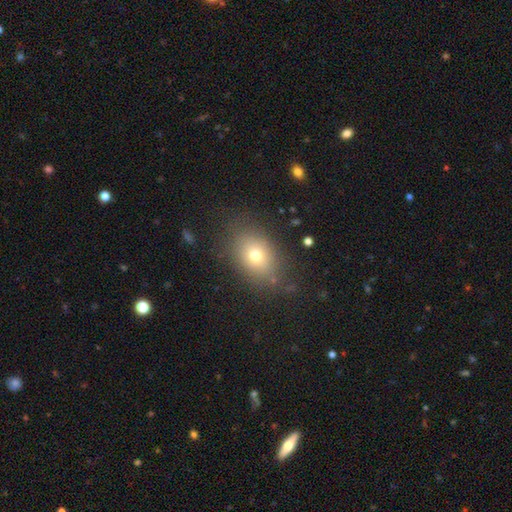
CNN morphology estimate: Overall: smooth (71%). How rounded: in between (65%; round 34%). Merging: none (79%).